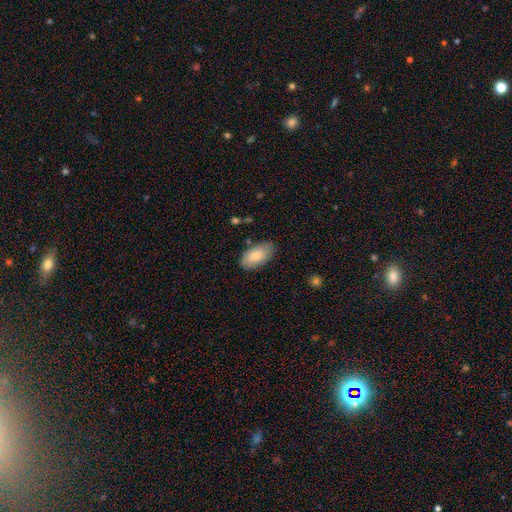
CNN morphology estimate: Smooth or featured? Predicted: smooth (p=0.83). How rounded? Predicted: in between (p=0.95). Merging? Predicted: none (p=0.82).